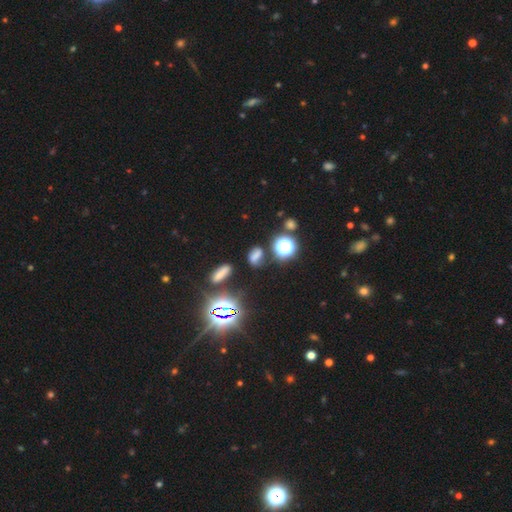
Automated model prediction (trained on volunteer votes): Smooth or featured?
  - smooth: 52% *
  - star or artifact: 32%
  - featured or disk: 16%
How rounded?
  - in between: 61% *
  - round: 33%
  - cigar-shaped: 7%
Merging?
  - none: 68% *
  - minor disturbance: 16%
  - merger: 9%
  - major disturbance: 7%